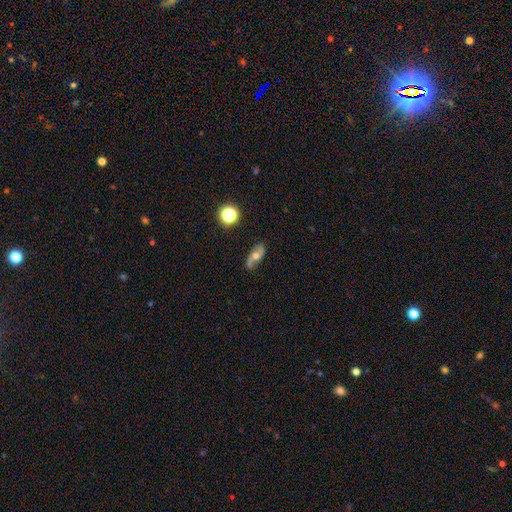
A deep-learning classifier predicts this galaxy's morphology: This appears to be a featured or disk galaxy (55%). Merging: none (69%).